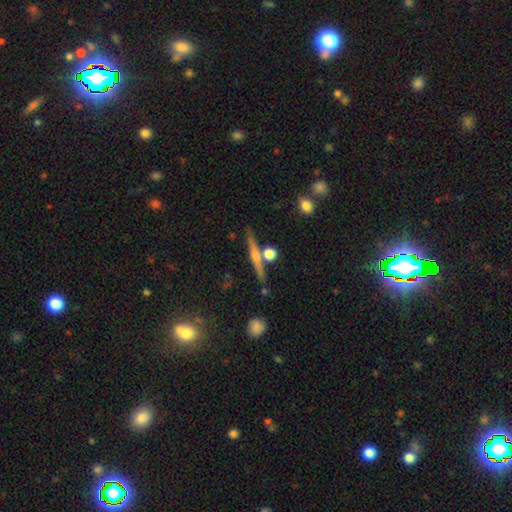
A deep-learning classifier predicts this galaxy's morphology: This is likely a featured or disk galaxy (70%). It is clearly viewed edge-on (97%). Edge-on bulge: clearly rounded (82%). Merging: likely none (79%).